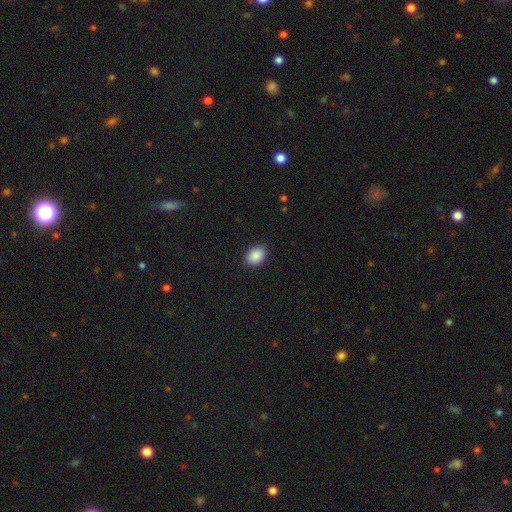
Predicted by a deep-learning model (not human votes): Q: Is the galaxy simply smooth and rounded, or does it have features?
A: smooth — 89%.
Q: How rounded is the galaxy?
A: in between — 77%.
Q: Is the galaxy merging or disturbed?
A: none — 84%.